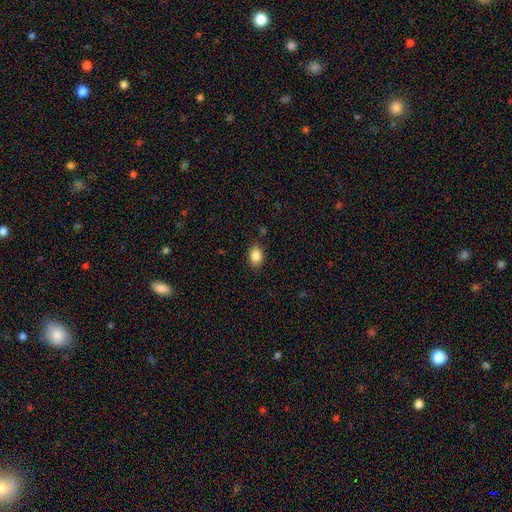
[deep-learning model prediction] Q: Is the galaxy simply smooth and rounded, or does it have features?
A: smooth — 86%.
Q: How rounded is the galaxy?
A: in between — 76%.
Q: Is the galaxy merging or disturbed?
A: none — 85%.